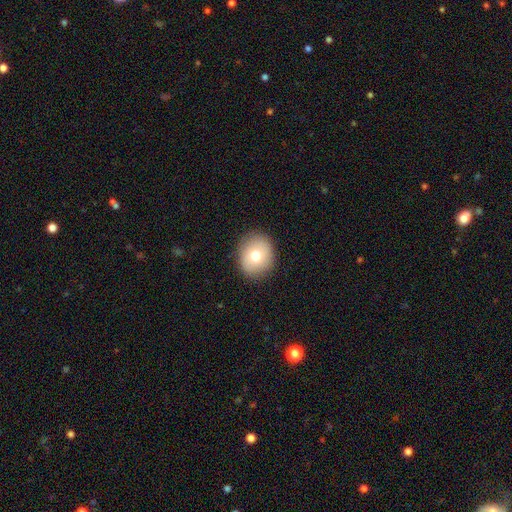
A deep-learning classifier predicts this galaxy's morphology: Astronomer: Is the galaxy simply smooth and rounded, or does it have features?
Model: smooth — 74%.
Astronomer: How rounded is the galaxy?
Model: round — 67%.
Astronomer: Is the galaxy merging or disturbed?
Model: none — 89%.